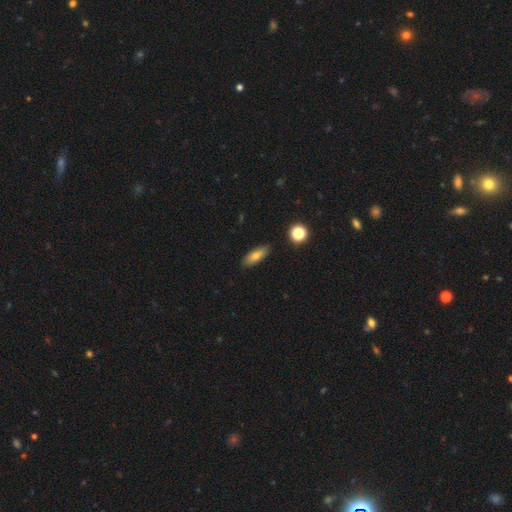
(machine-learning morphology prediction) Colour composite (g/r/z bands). It shows a smooth galaxy with no disk features (72%) that is in between round and cigar-shaped (67%). Merging: none (87%).